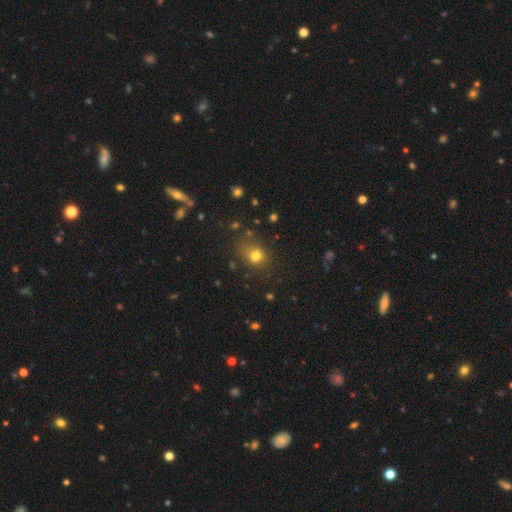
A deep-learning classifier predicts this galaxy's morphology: Smooth or featured? smooth (74%)
How rounded? round (57%)
Merging? none (60%)